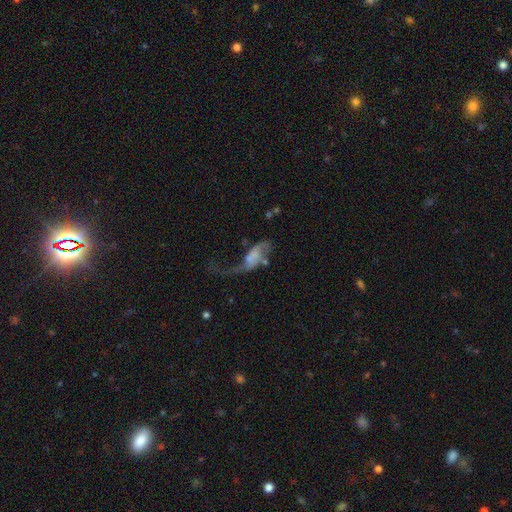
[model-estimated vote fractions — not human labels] featured or disk 65%, smooth 26%, star or artifact 9%. Down the decision tree: edge-on disk — no (94%); bar — no (65%); spiral arms — yes (76%); bulge size — none (54%); merging — major disturbance (49%).